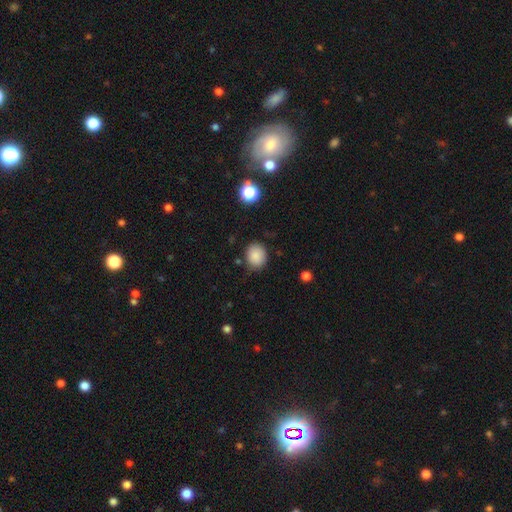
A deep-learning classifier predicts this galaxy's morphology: type=smooth (87%); roundness=round (68%); merging=none (79%).